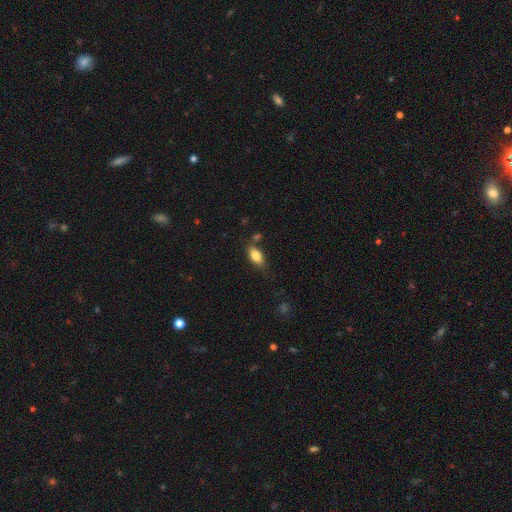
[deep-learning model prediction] Overall: smooth (82%). How rounded: in between (89%). Merging: none (70%).